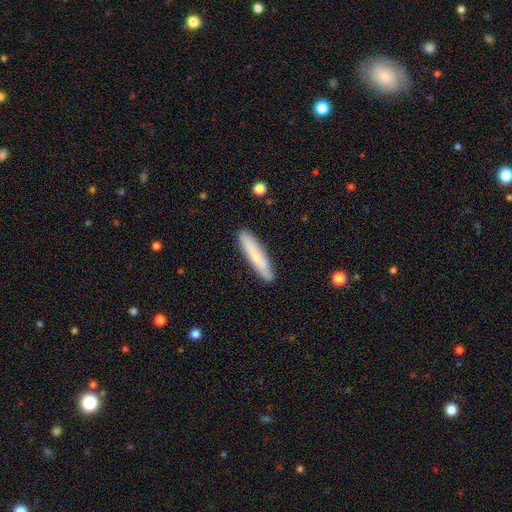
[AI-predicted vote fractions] Smooth or featured? Predicted: smooth (p=0.77). How rounded? Predicted: cigar-shaped (p=0.88). Merging? Predicted: none (p=0.89).